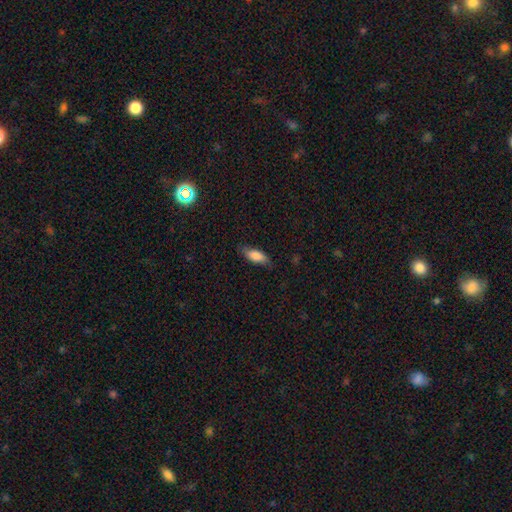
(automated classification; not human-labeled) smooth 79%, featured or disk 14%, star or artifact 7%. Down the decision tree: how rounded — in between (76%); merging — none (75%).